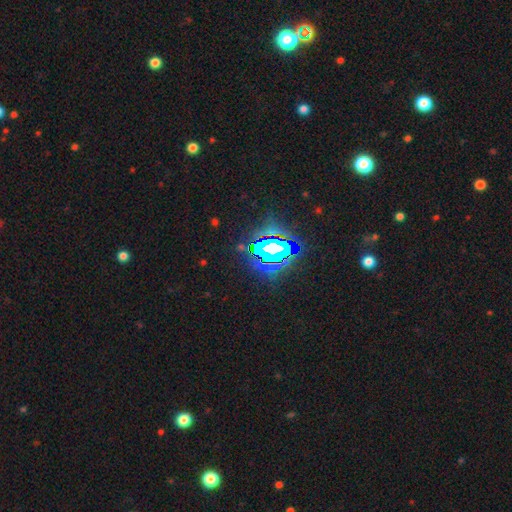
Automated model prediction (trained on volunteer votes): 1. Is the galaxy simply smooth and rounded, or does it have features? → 85% star or artifact, 9% smooth, 7% featured or disk.